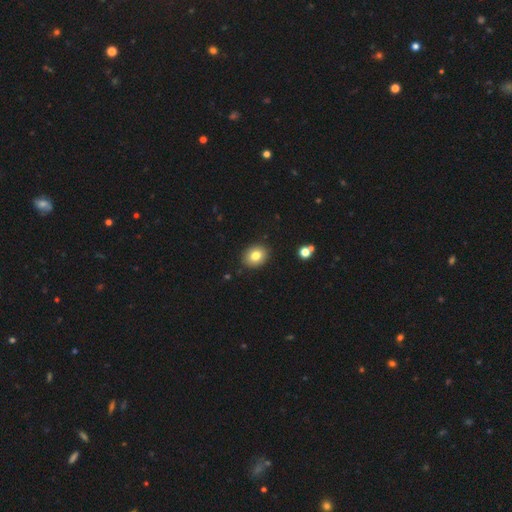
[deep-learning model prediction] Smooth or featured: smooth — 80% (featured or disk — 10%)
How rounded: round — 55% (in between — 44%)
Merging: none — 89% (minor disturbance — 7%)